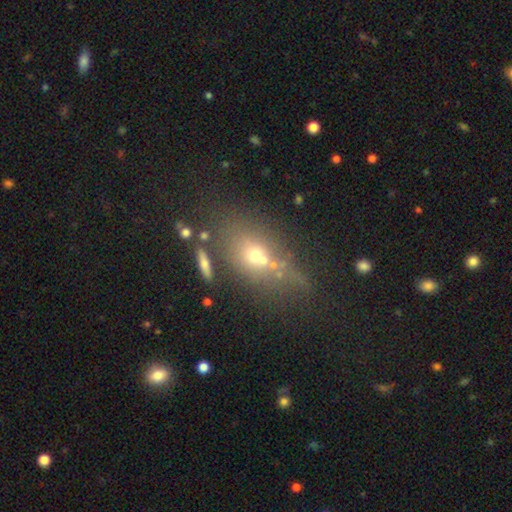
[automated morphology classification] Smooth or featured? Predicted: smooth (p=0.52). How rounded? Predicted: in between (p=0.59). Merging? Predicted: none (p=0.47).